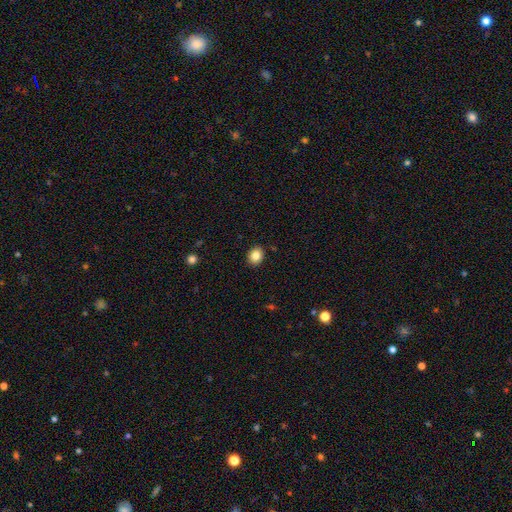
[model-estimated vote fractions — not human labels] smooth 84%, star or artifact 9%, featured or disk 7%. Down the decision tree: how rounded — round (53%); merging — none (90%).